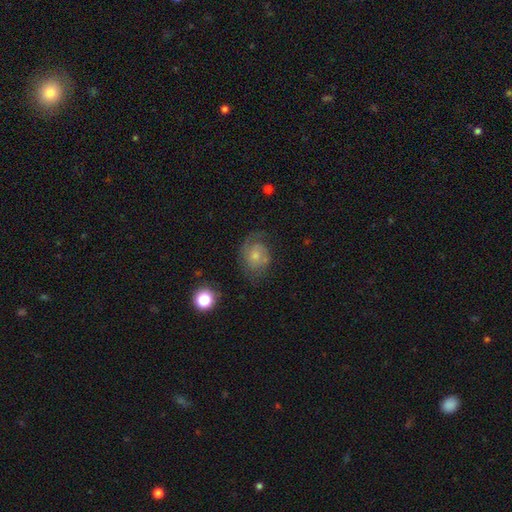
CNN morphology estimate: This is possibly a featured or disk galaxy (55%). It is clearly not viewed edge-on (97%). Bar: likely no (75%). Spiral arm pattern: clearly yes (83%). Central bulge: possibly small (54%). Merging: possibly none (52%).